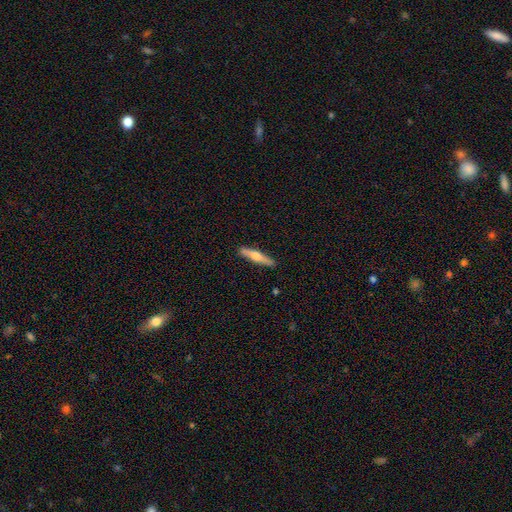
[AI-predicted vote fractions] A smooth galaxy with no disk features (49%).

Vote fractions:
- Smooth or featured? smooth: 49% / featured or disk: 46% / star or artifact: 6%
- Merging? none: 89% / minor disturbance: 8% / major disturbance: 2% / merger: 1%